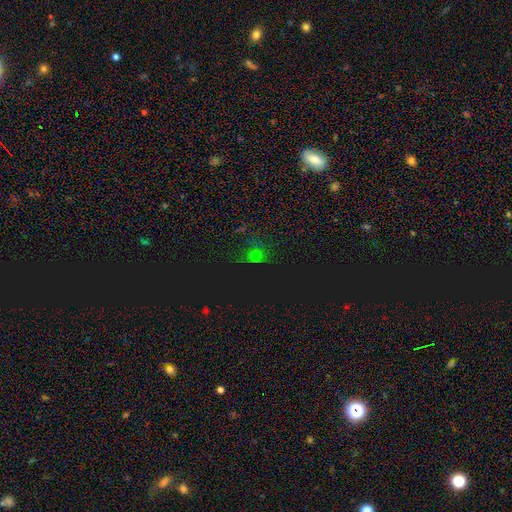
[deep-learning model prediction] This is possibly a star or artifact rather than a galaxy (57%).